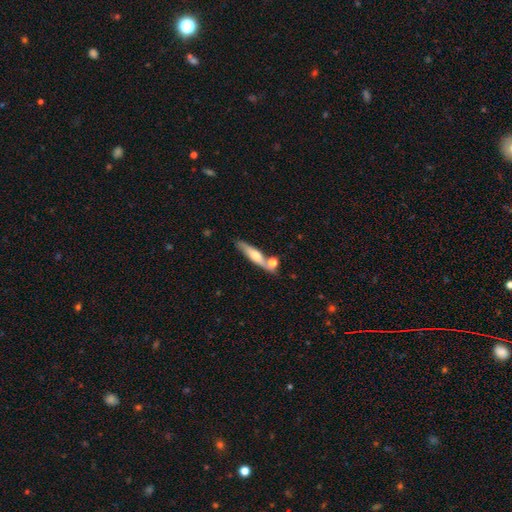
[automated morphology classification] Smooth or featured?
  - smooth: 51% *
  - featured or disk: 42%
  - star or artifact: 6%
How rounded?
  - cigar-shaped: 79% *
  - in between: 18%
  - round: 3%
Merging?
  - none: 60% *
  - merger: 22%
  - minor disturbance: 13%
  - major disturbance: 4%